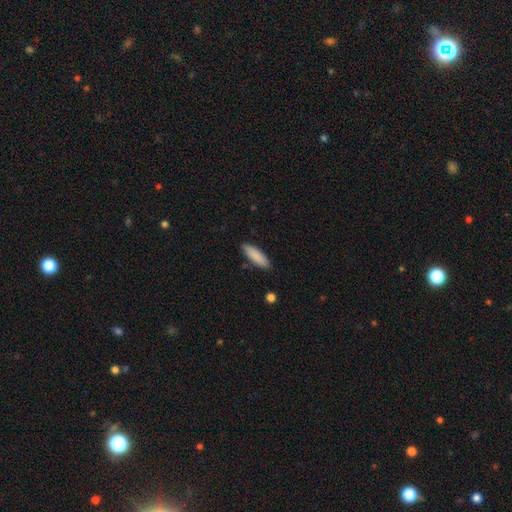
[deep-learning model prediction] Smooth or featured?
  - smooth: 88% *
  - featured or disk: 6%
  - star or artifact: 6%
How rounded?
  - in between: 50% *
  - cigar-shaped: 49%
  - round: 1%
Merging?
  - none: 86% *
  - minor disturbance: 10%
  - major disturbance: 2%
  - merger: 2%